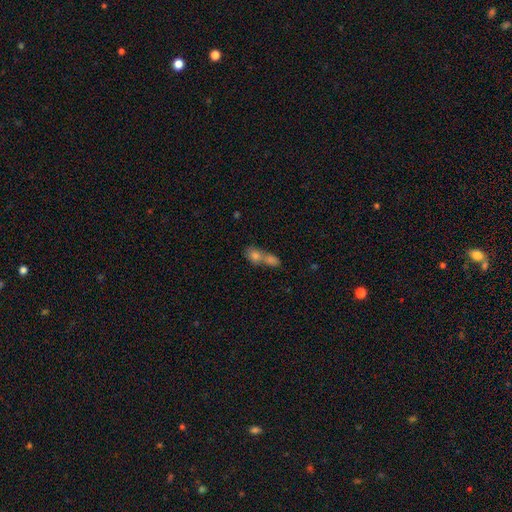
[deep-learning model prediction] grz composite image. It shows a smooth galaxy with no disk features (75%) that is in between round and cigar-shaped (56%). Merging: merger (74%).